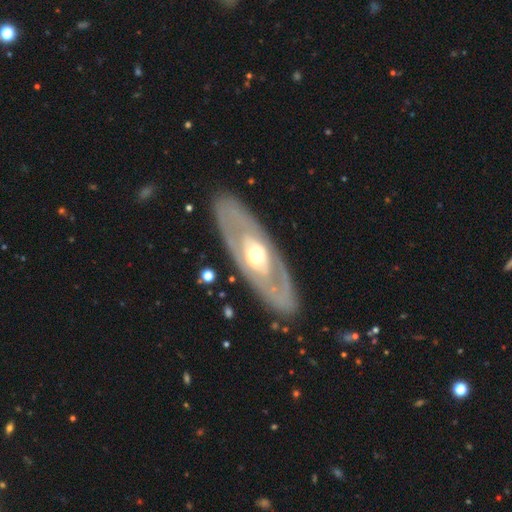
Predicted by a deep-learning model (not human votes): Smooth or featured? Predicted: featured or disk (p=0.74). Edge-on disk? Predicted: no (p=0.81). Bar? Predicted: no (p=0.76). Spiral arms? Predicted: no (p=0.69). Bulge size? Predicted: moderate (p=0.66). Merging? Predicted: none (p=0.85).